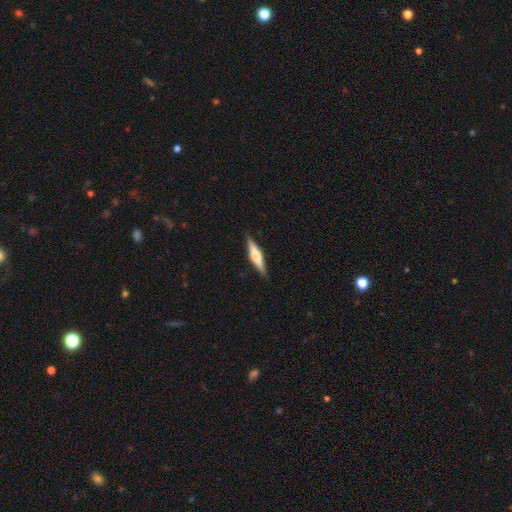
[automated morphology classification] smooth_or_featured: featured or disk (p=0.61) [alt: smooth p=0.34]
disk_edge_on: yes (p=0.97) [alt: no p=0.03]
edge_on_bulge: rounded (p=0.90) [alt: boxy p=0.07]
merging: none (p=0.90) [alt: minor disturbance p=0.08]